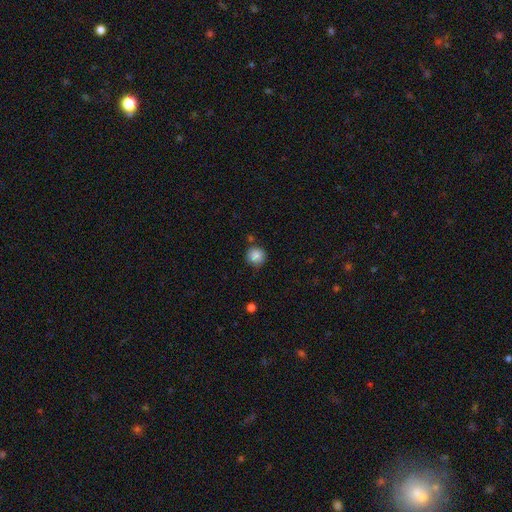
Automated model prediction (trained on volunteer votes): Smooth or featured: smooth — 87% (star or artifact — 9%)
How rounded: round — 93% (in between — 6%)
Merging: none — 82% (minor disturbance — 12%)